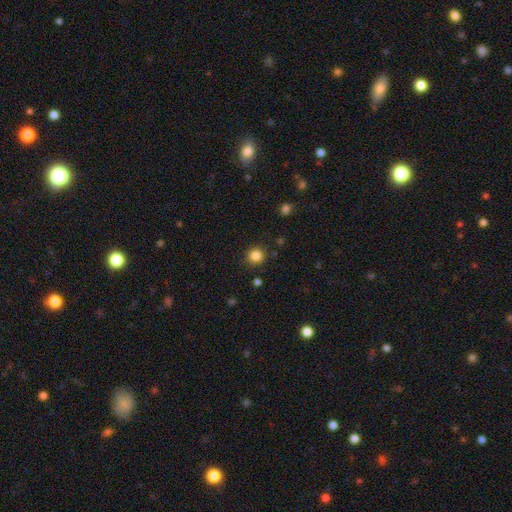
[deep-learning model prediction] A smooth galaxy with no disk features (85%) that is round (93%). Merging: none (89%).